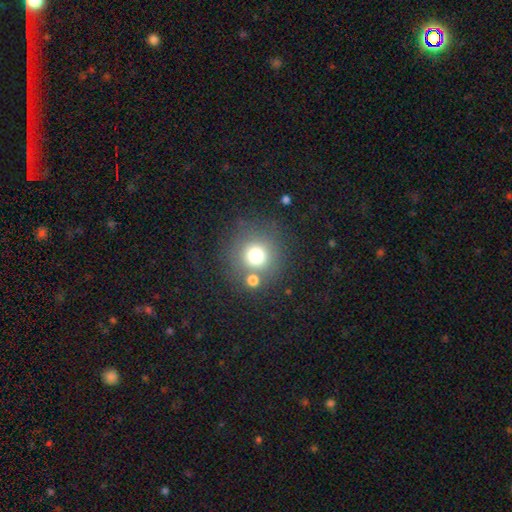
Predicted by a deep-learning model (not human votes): The model was most divided on "smooth or featured": smooth: 72%, star or artifact: 15%, featured or disk: 13%. More confident: how rounded — round (94%); merging — none (71%).